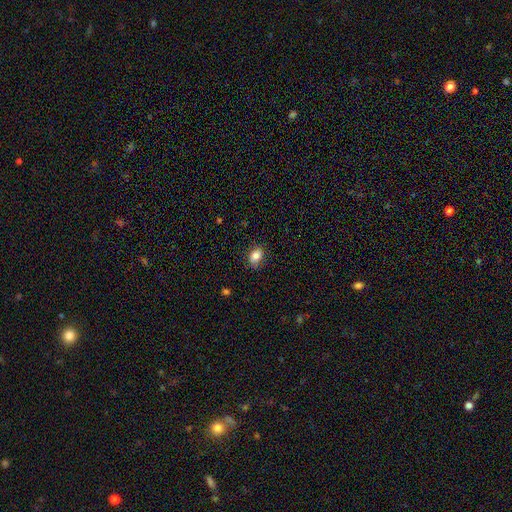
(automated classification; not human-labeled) smooth_or_featured: smooth (p=0.82) [alt: star or artifact p=0.09]
how_rounded: in between (p=0.76) [alt: round p=0.22]
merging: none (p=0.81) [alt: minor disturbance p=0.15]